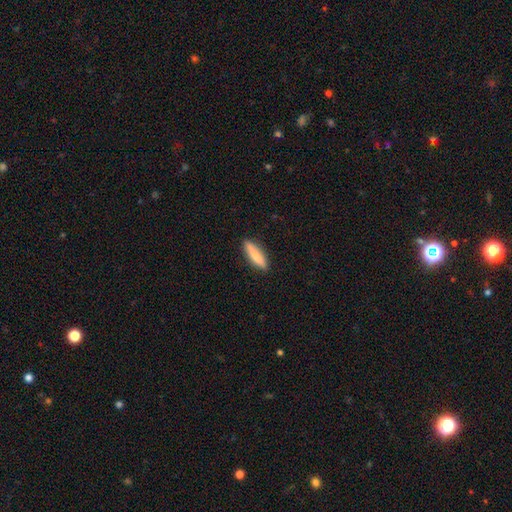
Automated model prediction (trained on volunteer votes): This appears to be a smooth galaxy with no disk features (73%) that is cigar-shaped (72%). Merging: none (88%).